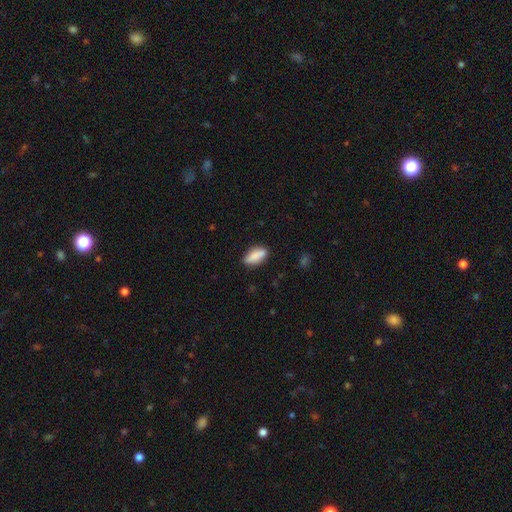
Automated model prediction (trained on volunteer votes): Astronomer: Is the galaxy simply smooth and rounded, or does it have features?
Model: smooth — 84%.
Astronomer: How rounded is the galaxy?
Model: in between — 77%.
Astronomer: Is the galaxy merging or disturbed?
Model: none — 82%.